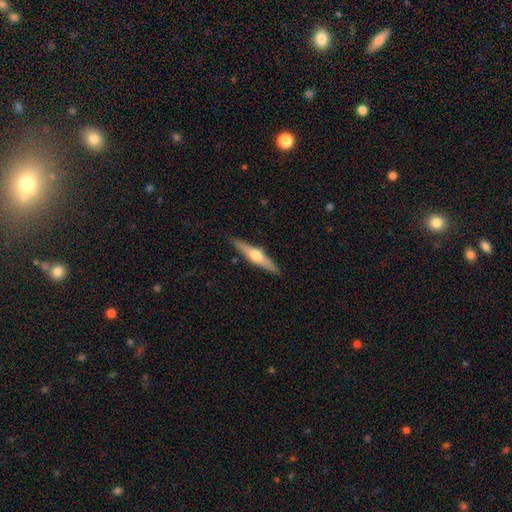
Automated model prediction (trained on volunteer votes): The model was most divided on "smooth or featured": featured or disk: 65%, smooth: 30%, star or artifact: 5%. More confident: edge-on disk — yes (97%); edge-on bulge — rounded (94%); merging — none (89%).